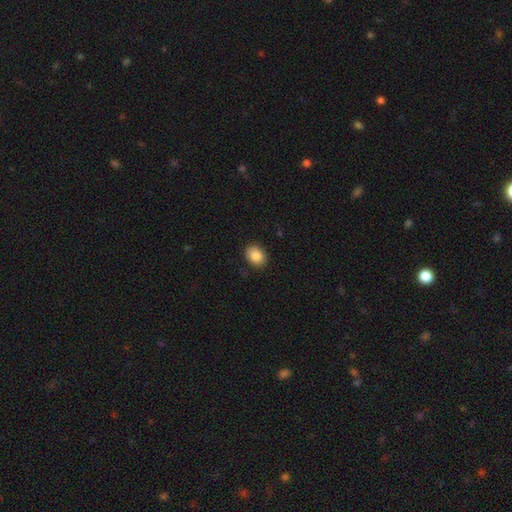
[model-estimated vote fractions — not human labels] smooth 87%, star or artifact 8%, featured or disk 5%. Down the decision tree: how rounded — in between (64%); merging — none (88%).